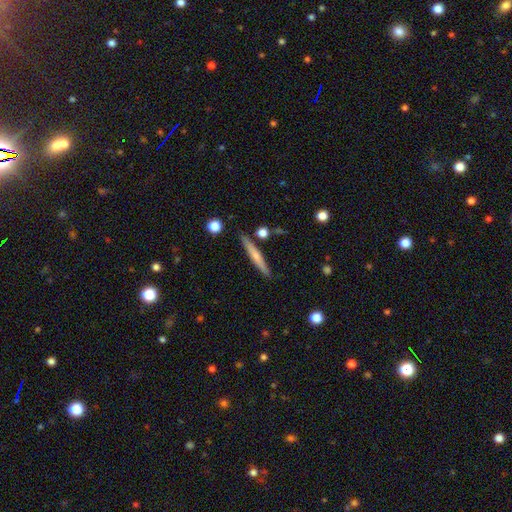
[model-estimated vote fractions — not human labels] This appears to be a smooth galaxy with no disk features (54%) that is cigar-shaped (94%). Merging: none (86%).